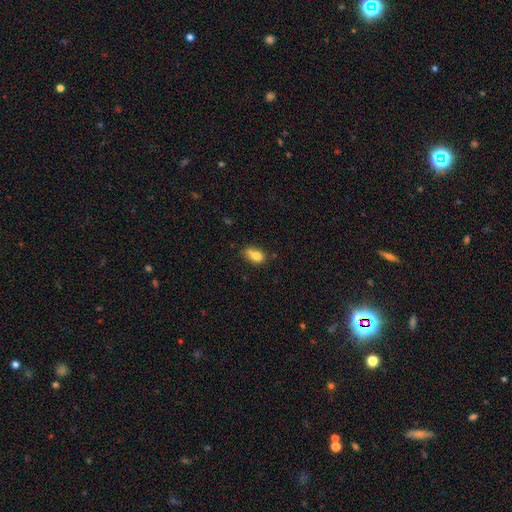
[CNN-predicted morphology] type=smooth (78%); roundness=in between (79%); merging=none (43%).